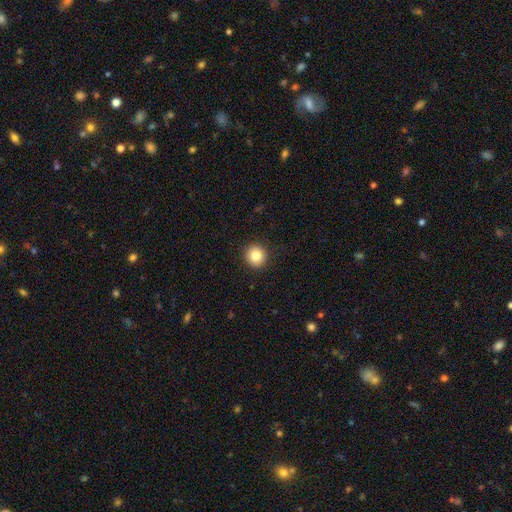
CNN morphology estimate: Smooth or featured? smooth (84%)
How rounded? round (93%)
Merging? none (92%)